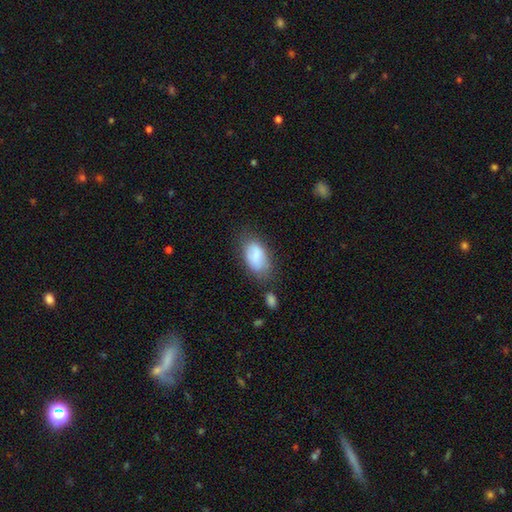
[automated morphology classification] This is likely a smooth galaxy (80%). How rounded: clearly in between (92%). Merging: possibly none (55%).